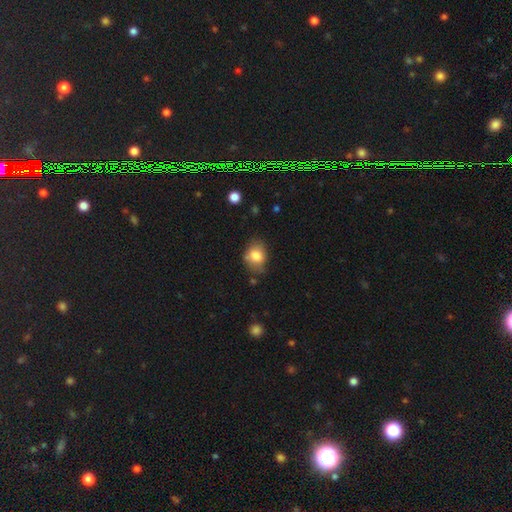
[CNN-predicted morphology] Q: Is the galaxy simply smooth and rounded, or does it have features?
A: smooth — 79%.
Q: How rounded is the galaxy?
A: in between — 58%.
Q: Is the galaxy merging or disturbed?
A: none — 63%.